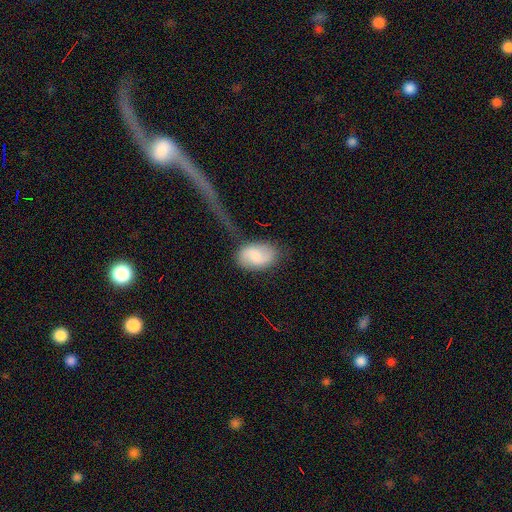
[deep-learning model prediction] Overall: smooth (59%; featured or disk 33%). How rounded: in between (87%). Merging: none (59%; minor disturbance 22%).